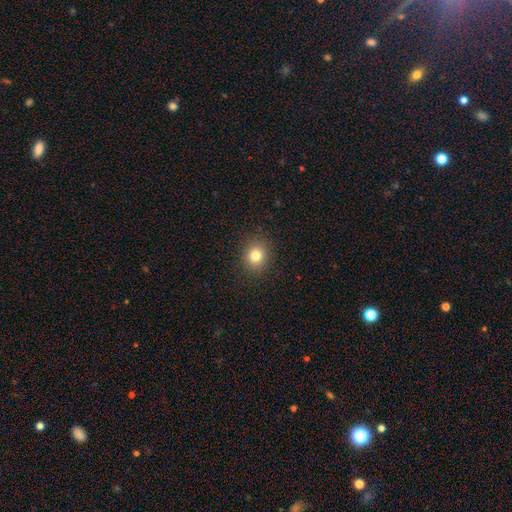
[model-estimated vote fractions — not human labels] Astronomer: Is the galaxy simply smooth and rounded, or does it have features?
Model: smooth — 80%.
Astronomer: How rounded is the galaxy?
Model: round — 75%.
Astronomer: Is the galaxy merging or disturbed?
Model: none — 89%.